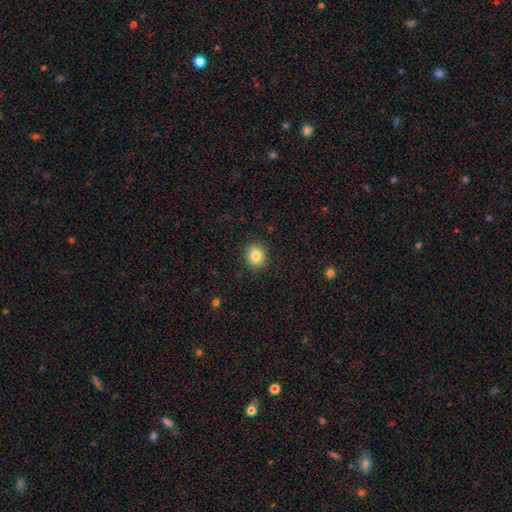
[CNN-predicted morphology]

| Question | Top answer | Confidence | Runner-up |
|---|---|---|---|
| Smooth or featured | smooth | 83% | star or artifact (10%) |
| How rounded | round | 79% | in between (20%) |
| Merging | none | 90% | minor disturbance (7%) |